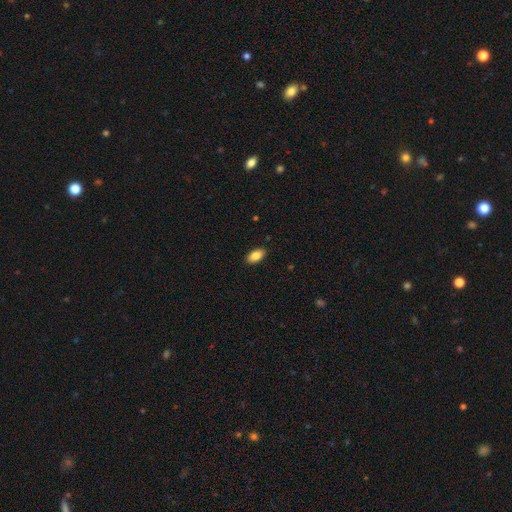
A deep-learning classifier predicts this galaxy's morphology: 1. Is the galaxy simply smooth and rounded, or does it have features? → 85% smooth, 8% featured or disk, 7% star or artifact.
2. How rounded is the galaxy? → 93% in between, 4% round, 3% cigar-shaped.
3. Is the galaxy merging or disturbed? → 90% none, 8% minor disturbance, 2% major disturbance, 1% merger.